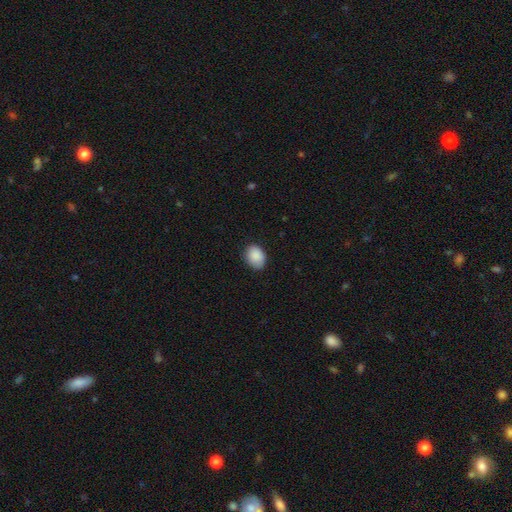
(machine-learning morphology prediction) smooth 89%, star or artifact 7%, featured or disk 4%. Down the decision tree: how rounded — in between (68%); merging — none (78%).